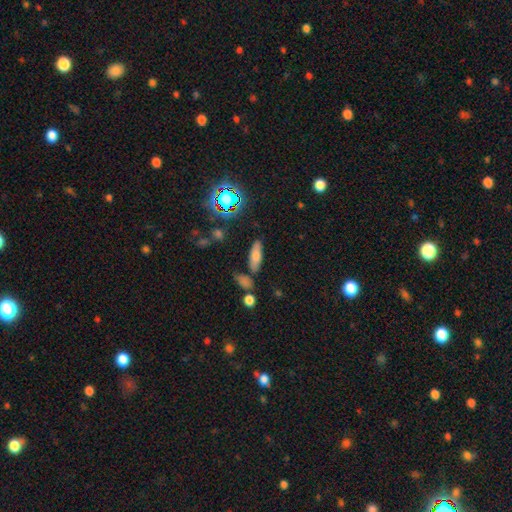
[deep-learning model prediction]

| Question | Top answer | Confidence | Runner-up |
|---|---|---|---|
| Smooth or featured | smooth | 64% | featured or disk (21%) |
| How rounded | in between | 55% | cigar-shaped (42%) |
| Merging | none | 74% | minor disturbance (14%) |